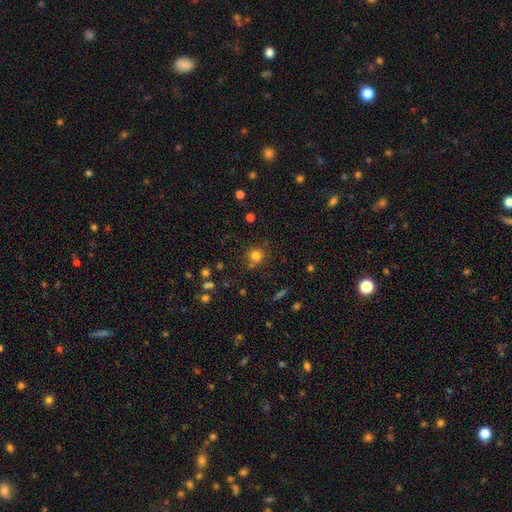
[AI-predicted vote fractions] Morphology: type=smooth (77%); roundness=round (91%); merging=none (77%).